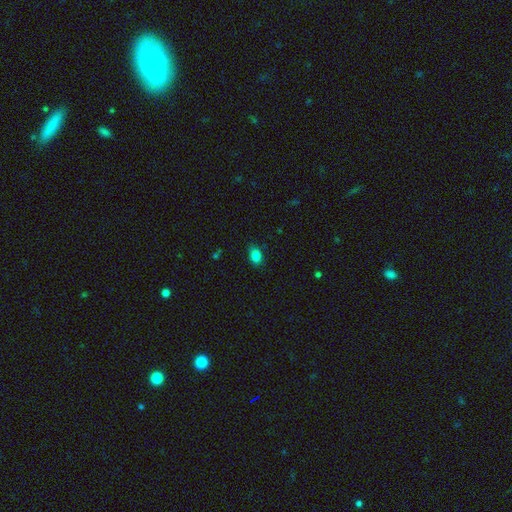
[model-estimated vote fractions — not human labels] smooth-or-featured: smooth: 85% | star or artifact: 11% | featured or disk: 4%
  how-rounded: in between: 82% | round: 17% | cigar-shaped: 1%
  merging: none: 83% | minor disturbance: 13% | major disturbance: 3% | merger: 1%